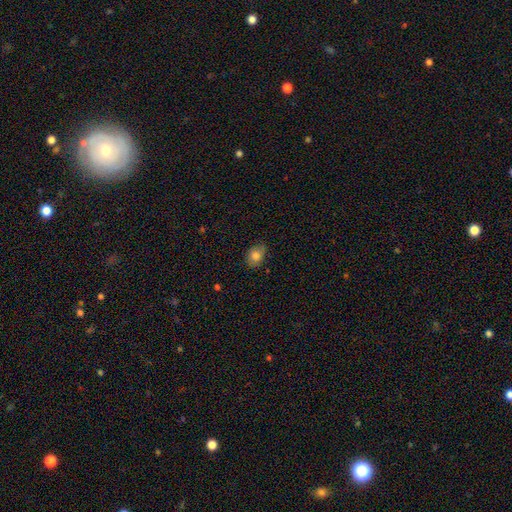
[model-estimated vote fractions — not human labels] smooth-or-featured: smooth: 81% | featured or disk: 10% | star or artifact: 9%
  how-rounded: in between: 65% | round: 34% | cigar-shaped: 1%
  merging: none: 70% | minor disturbance: 24% | major disturbance: 4% | merger: 1%